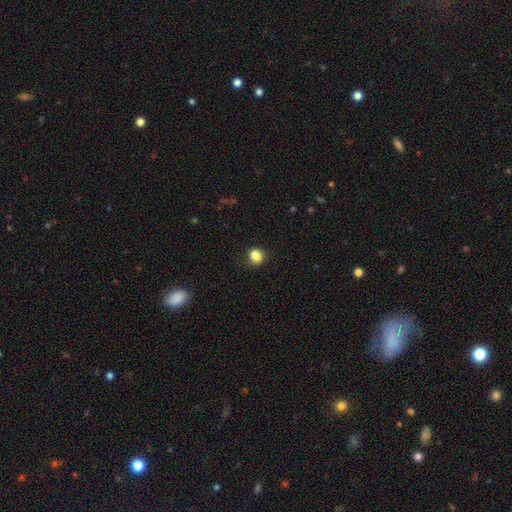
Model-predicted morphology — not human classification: Smooth or featured? smooth (84%)
How rounded? round (52%)
Merging? none (72%)